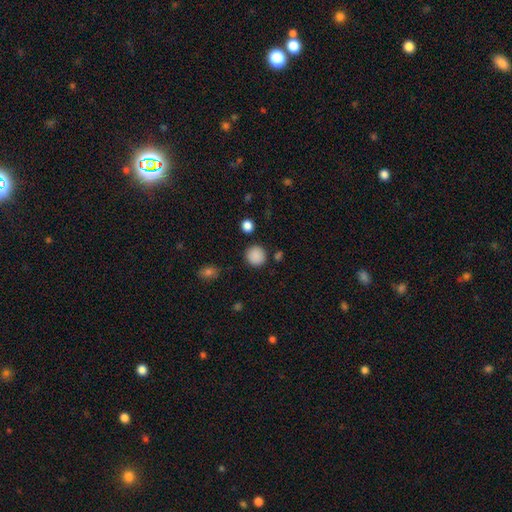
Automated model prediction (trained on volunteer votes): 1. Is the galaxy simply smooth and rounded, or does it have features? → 88% smooth, 9% star or artifact, 3% featured or disk.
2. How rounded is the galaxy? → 92% round, 7% in between, 1% cigar-shaped.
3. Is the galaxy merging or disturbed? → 87% none, 8% minor disturbance, 3% major disturbance, 3% merger.